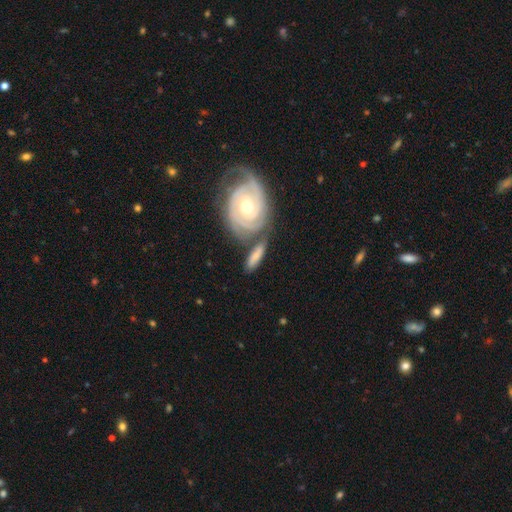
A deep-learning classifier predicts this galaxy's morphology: This appears to be a featured or disk galaxy (48%). Merging: none (52%).